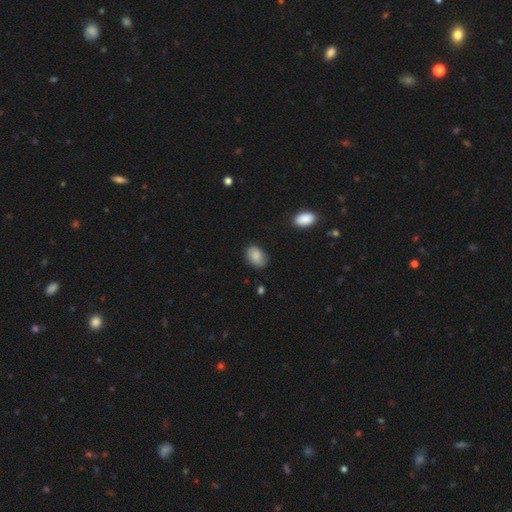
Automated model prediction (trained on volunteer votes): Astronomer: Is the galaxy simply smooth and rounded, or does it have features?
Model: smooth — 82%.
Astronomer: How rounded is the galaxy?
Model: in between — 79%.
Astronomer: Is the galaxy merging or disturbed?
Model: none — 75%.